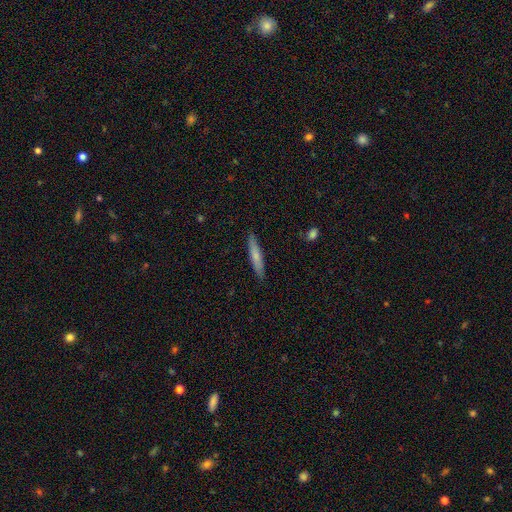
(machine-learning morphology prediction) A smooth galaxy with no disk features (66%) that is cigar-shaped (91%).

Vote fractions:
- Smooth or featured? smooth: 66% / featured or disk: 28% / star or artifact: 6%
- How rounded? cigar-shaped: 91% / in between: 7% / round: 1%
- Merging? none: 90% / minor disturbance: 8% / major disturbance: 2% / merger: 1%